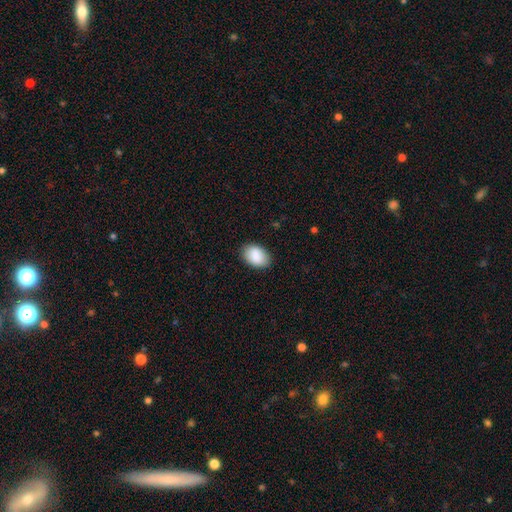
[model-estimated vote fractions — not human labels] Q: Smooth or featured?
A: smooth (89%); runner-up: star or artifact (6%)
Q: How rounded?
A: in between (88%); runner-up: round (11%)
Q: Merging?
A: none (86%); runner-up: minor disturbance (11%)